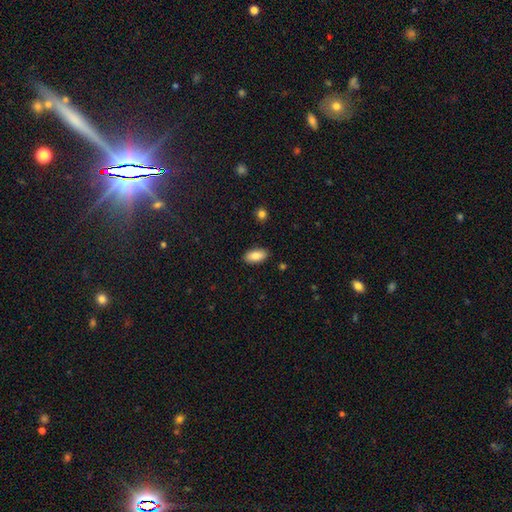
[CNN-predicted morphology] smooth-or-featured: smooth: 86% | featured or disk: 7% | star or artifact: 7%
  how-rounded: in between: 92% | cigar-shaped: 5% | round: 3%
  merging: none: 88% | minor disturbance: 9% | major disturbance: 2% | merger: 1%